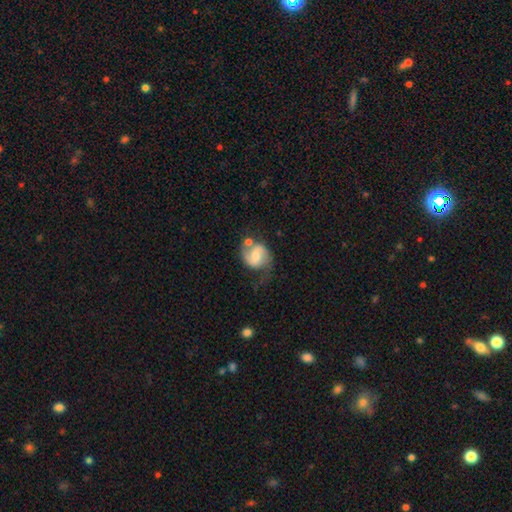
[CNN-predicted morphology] Smooth or featured? Predicted: featured or disk (p=0.71). Edge-on disk? Predicted: no (p=0.98). Bar? Predicted: weak (p=0.48). Spiral arms? Predicted: yes (p=0.92). Spiral winding? Predicted: medium (p=0.47). Spiral arm count? Predicted: 2 (p=0.85). Bulge size? Predicted: moderate (p=0.53). Merging? Predicted: none (p=0.45).